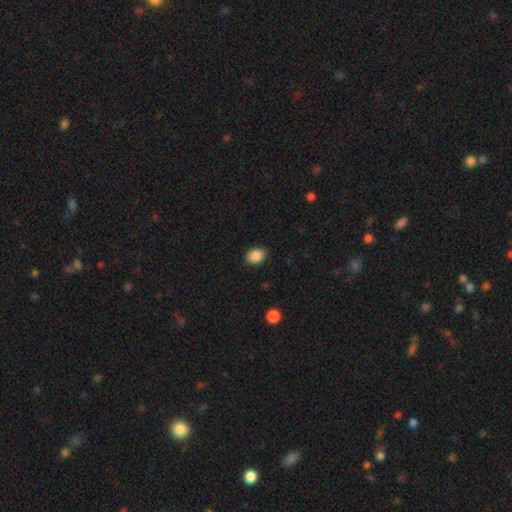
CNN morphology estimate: type=smooth (89%); roundness=in between (68%); merging=none (88%).